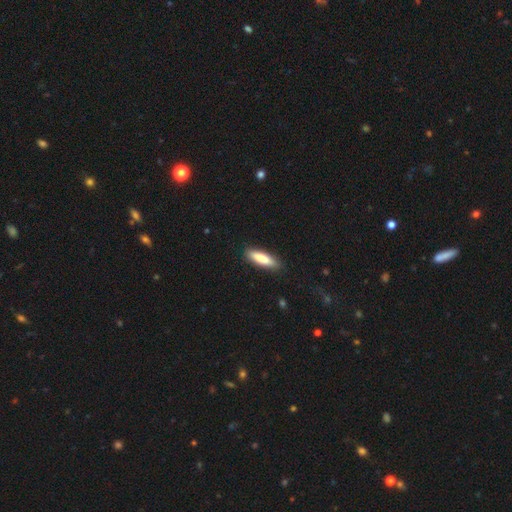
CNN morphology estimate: A smooth galaxy with no disk features (76%) that is cigar-shaped (61%).

Vote fractions:
- Smooth or featured? smooth: 76% / featured or disk: 17% / star or artifact: 7%
- How rounded? cigar-shaped: 61% / in between: 37% / round: 2%
- Merging? none: 87% / minor disturbance: 10% / major disturbance: 2% / merger: 1%